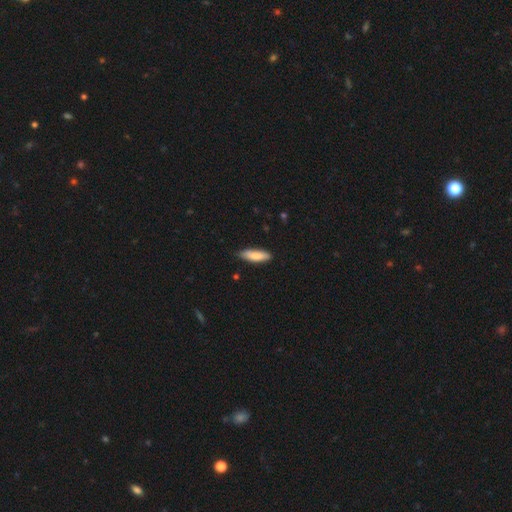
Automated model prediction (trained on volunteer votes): Overall: smooth (84%). How rounded: cigar-shaped (55%; in between 44%). Merging: none (81%).